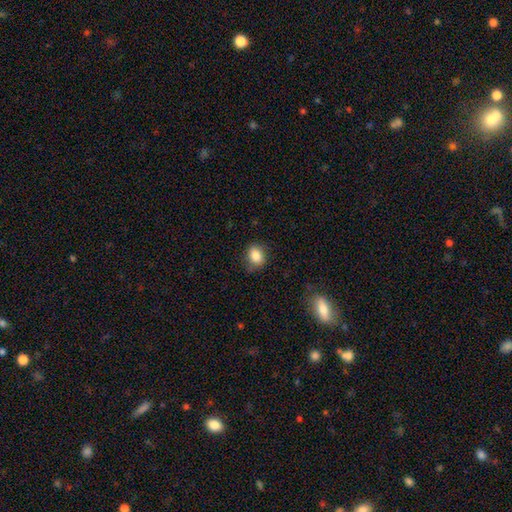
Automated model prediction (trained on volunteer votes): smooth_or_featured: smooth (p=0.85) [alt: star or artifact p=0.09]
how_rounded: in between (p=0.52) [alt: round p=0.47]
merging: none (p=0.78) [alt: minor disturbance p=0.17]